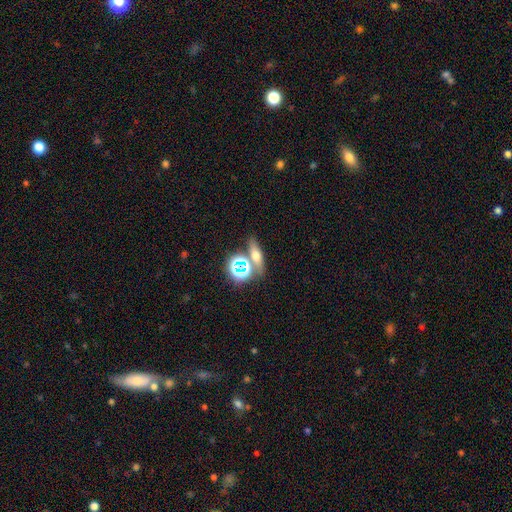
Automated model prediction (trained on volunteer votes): Morphology: type=smooth (49%); merging=none (68%).